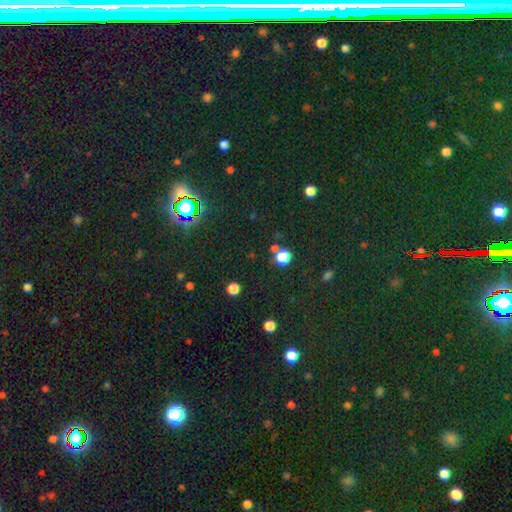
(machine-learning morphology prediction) type=star or artifact (76%).